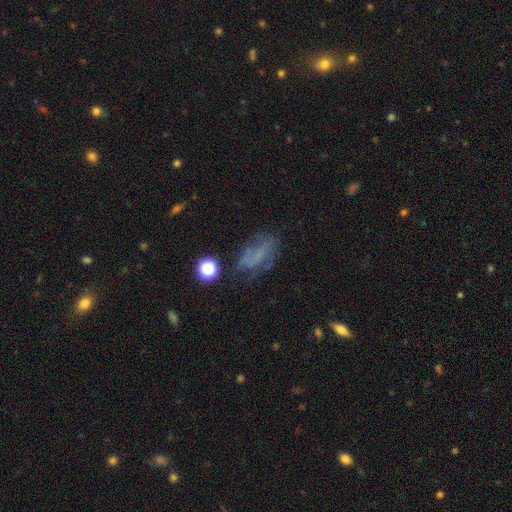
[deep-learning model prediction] Q: Smooth or featured?
A: smooth (42%); runner-up: featured or disk (38%)
Q: Merging?
A: none (49%); runner-up: minor disturbance (24%)